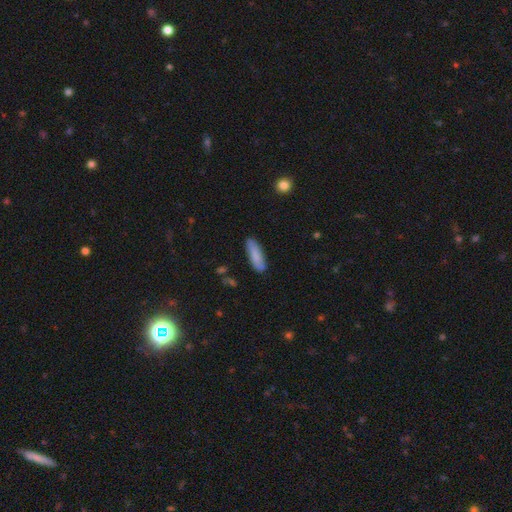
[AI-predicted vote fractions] Smooth or featured? Predicted: smooth (p=0.82). How rounded? Predicted: cigar-shaped (p=0.52). Merging? Predicted: none (p=0.83).